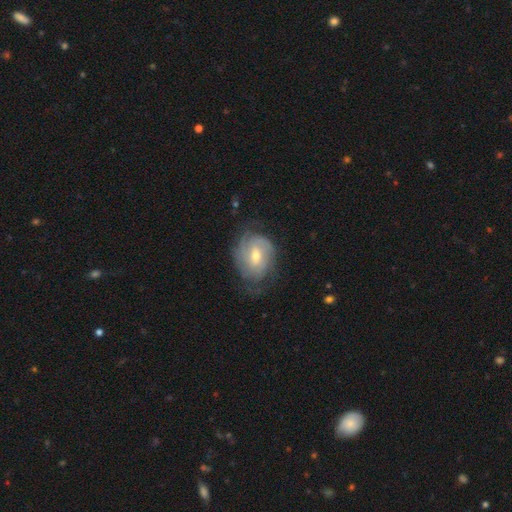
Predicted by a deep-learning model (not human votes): A featured or disk galaxy (74%) with a weak bar (49%), 2 (39%) tight (58%) spiral arms (89%) and a moderate central bulge (56%).

Vote fractions:
- Smooth or featured? featured or disk: 74% / smooth: 21% / star or artifact: 6%
- Edge-on disk? no: 97% / yes: 3%
- Bar? weak: 49% / no: 39% / strong: 11%
- Spiral arms? yes: 89% / no: 11%
- Spiral winding? tight: 58% / medium: 31% / loose: 11%
- Spiral arm count? 2: 39% / can't tell: 35% / 3: 13% / 1: 6% / 4: 4% / more than 4: 3%
- Bulge size? moderate: 56% / small: 40% / large: 3% / none: 1% / dominant: 1%
- Merging? none: 61% / minor disturbance: 24% / major disturbance: 13% / merger: 1%